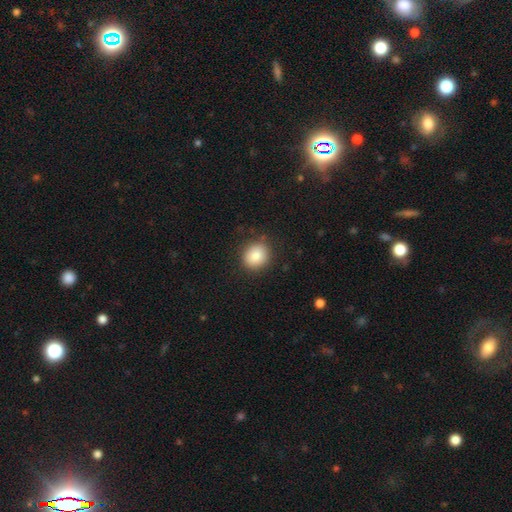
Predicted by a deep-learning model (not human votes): Overall: smooth (85%). How rounded: round (74%). Merging: none (86%).